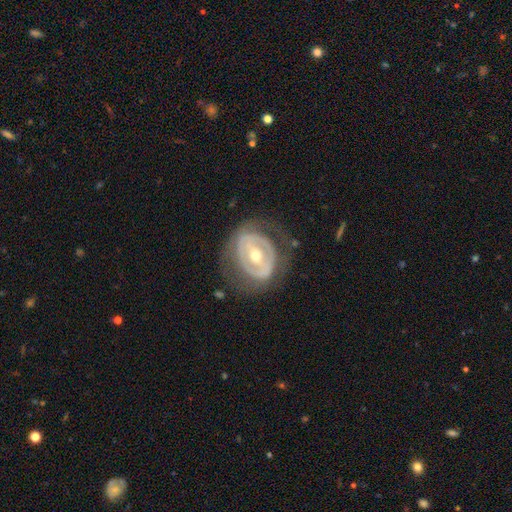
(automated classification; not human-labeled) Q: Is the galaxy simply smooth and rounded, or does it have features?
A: featured or disk — 77%.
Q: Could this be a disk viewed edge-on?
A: no — 95%.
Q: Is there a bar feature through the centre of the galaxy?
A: strong — 40%.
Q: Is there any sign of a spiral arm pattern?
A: no — 60%.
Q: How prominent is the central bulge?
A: moderate — 57%.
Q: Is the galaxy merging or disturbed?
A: none — 64%.